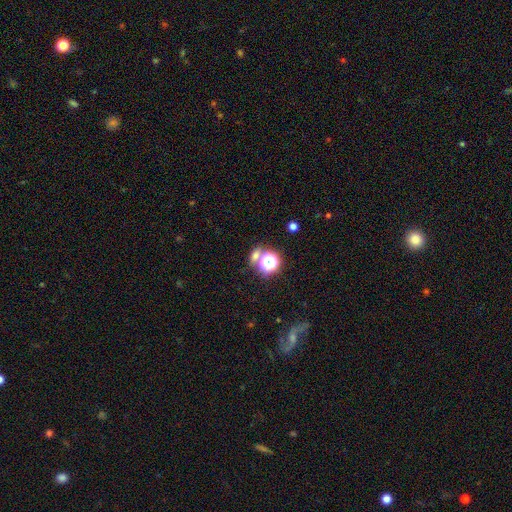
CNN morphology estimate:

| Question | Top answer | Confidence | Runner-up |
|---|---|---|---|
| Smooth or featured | smooth | 53% | star or artifact (36%) |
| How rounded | round | 65% | in between (30%) |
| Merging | none | 65% | merger (21%) |